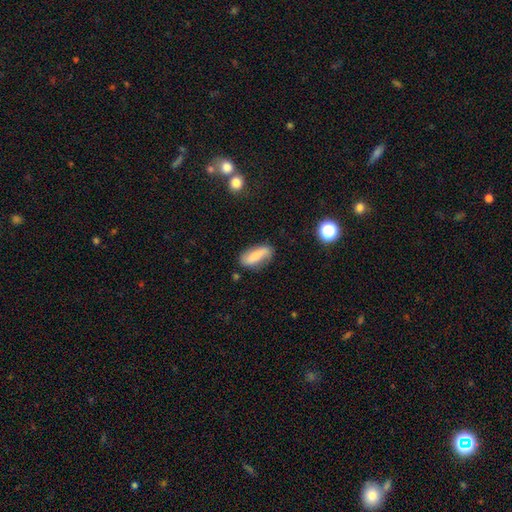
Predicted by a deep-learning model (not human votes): This is possibly a smooth galaxy (60%). How rounded: likely in between (74%). Merging: likely none (69%).